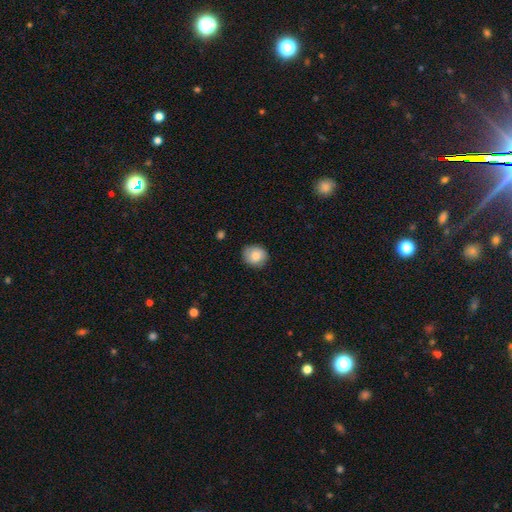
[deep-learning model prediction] smooth-or-featured: smooth: 81% | featured or disk: 12% | star or artifact: 8%
  how-rounded: round: 75% | in between: 24% | cigar-shaped: 1%
  merging: none: 82% | minor disturbance: 14% | major disturbance: 3% | merger: 1%